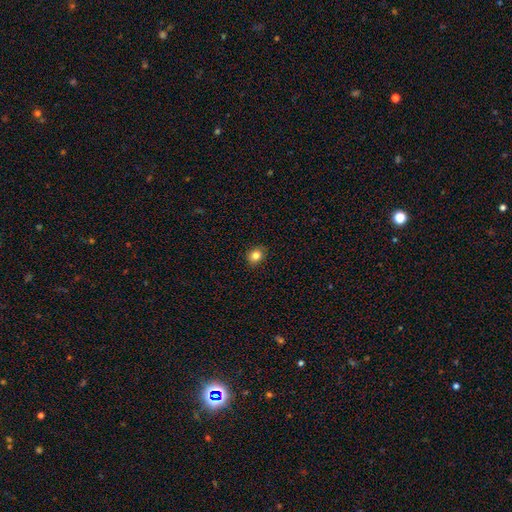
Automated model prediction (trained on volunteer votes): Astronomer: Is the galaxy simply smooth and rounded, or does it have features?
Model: smooth — 83%.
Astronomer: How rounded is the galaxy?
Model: round — 63%.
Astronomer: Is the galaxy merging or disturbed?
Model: none — 89%.